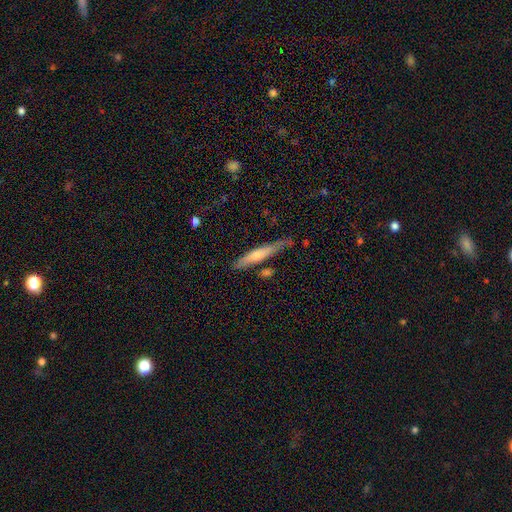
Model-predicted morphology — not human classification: Smooth or featured? featured or disk (50%)
Edge-on disk? yes (94%)
Merging? none (78%)